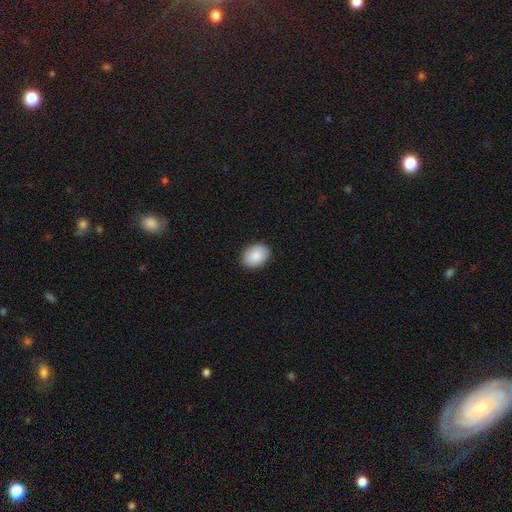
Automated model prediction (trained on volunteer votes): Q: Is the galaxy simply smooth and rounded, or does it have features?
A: smooth — 89%.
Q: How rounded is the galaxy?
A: in between — 75%.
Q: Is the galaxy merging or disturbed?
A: none — 90%.